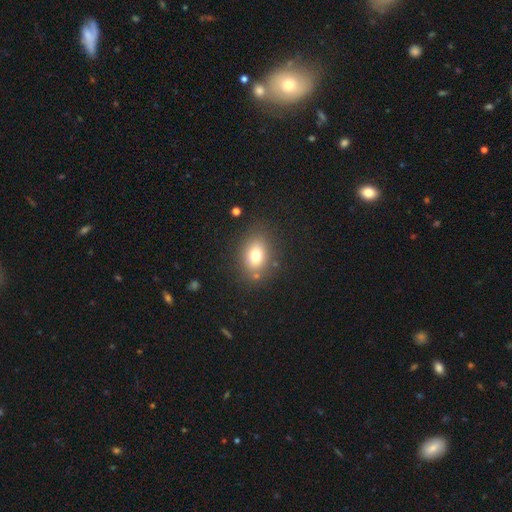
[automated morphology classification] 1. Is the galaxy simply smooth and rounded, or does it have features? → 75% smooth, 13% featured or disk, 12% star or artifact.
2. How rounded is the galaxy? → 68% in between, 30% round, 1% cigar-shaped.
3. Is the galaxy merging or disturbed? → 80% none, 12% minor disturbance, 4% major disturbance, 4% merger.